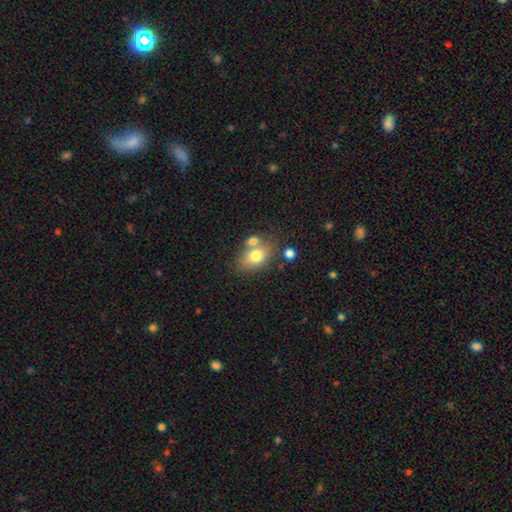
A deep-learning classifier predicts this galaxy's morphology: This is likely a smooth galaxy (75%). How rounded: likely in between (76%). Merging: possibly none (54%).